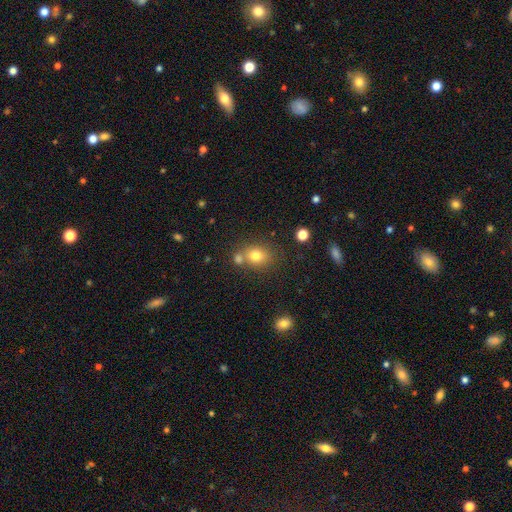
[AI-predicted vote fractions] Morphology: type=smooth (76%); roundness=round (60%); merging=none (60%).